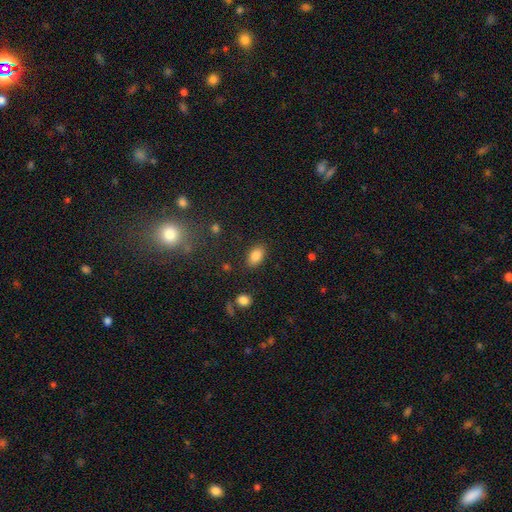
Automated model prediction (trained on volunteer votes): Smooth or featured: smooth — 85% (star or artifact — 9%)
How rounded: in between — 88% (round — 10%)
Merging: none — 85% (minor disturbance — 10%)